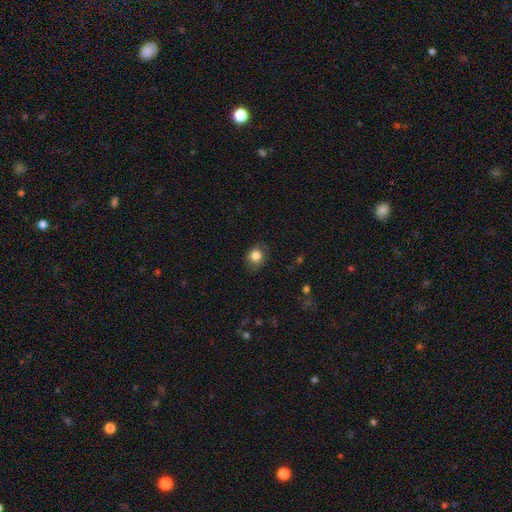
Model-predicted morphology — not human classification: Smooth or featured? Predicted: smooth (p=0.84). How rounded? Predicted: round (p=0.71). Merging? Predicted: none (p=0.81).